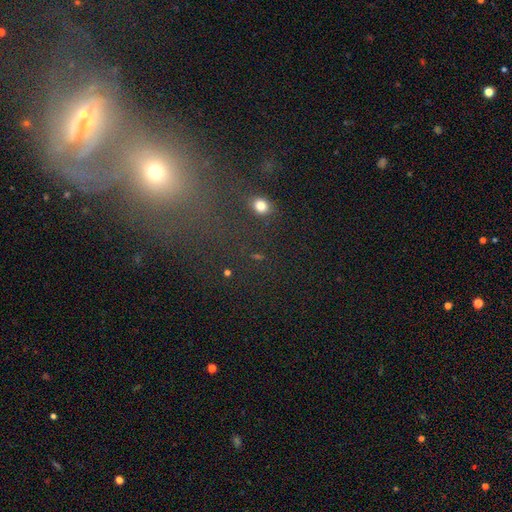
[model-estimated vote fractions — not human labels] Smooth or featured? Predicted: star or artifact (p=0.41).